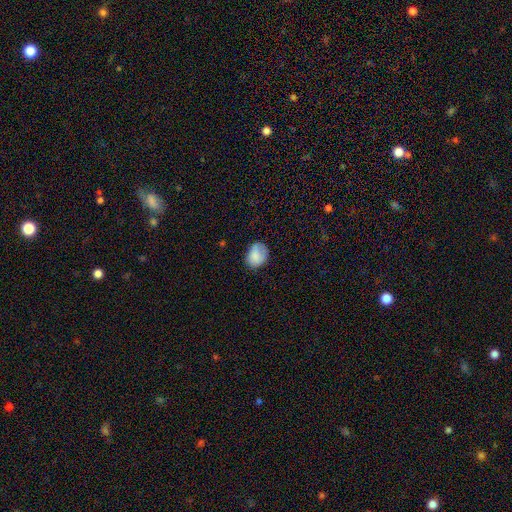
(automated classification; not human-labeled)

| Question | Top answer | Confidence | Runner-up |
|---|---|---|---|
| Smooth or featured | smooth | 82% | featured or disk (10%) |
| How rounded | in between | 54% | round (45%) |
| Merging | none | 62% | minor disturbance (28%) |